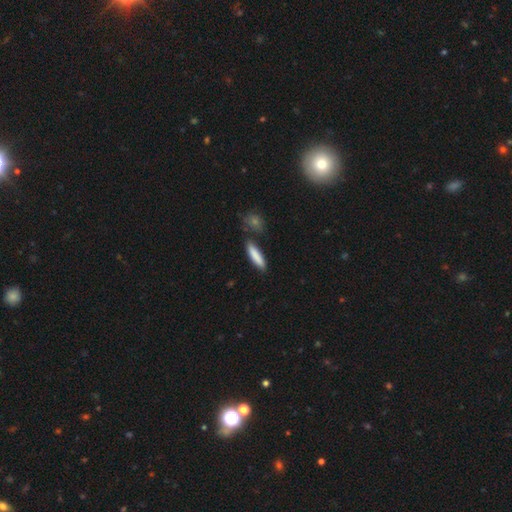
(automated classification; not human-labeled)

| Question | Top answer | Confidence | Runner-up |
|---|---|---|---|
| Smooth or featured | smooth | 85% | featured or disk (9%) |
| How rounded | cigar-shaped | 77% | in between (21%) |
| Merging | none | 80% | minor disturbance (11%) |